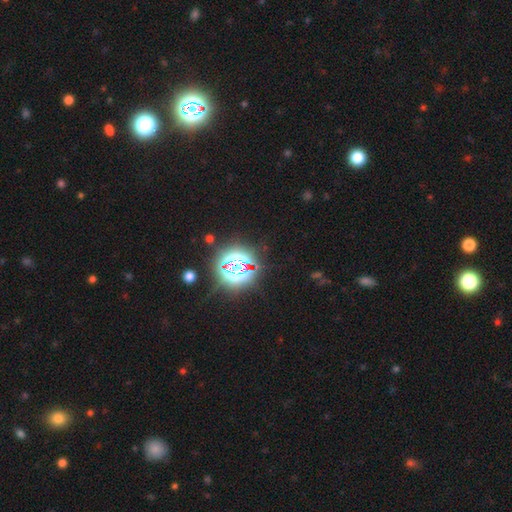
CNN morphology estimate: The model was most divided on "smooth or featured": star or artifact: 79%, smooth: 14%, featured or disk: 6%.